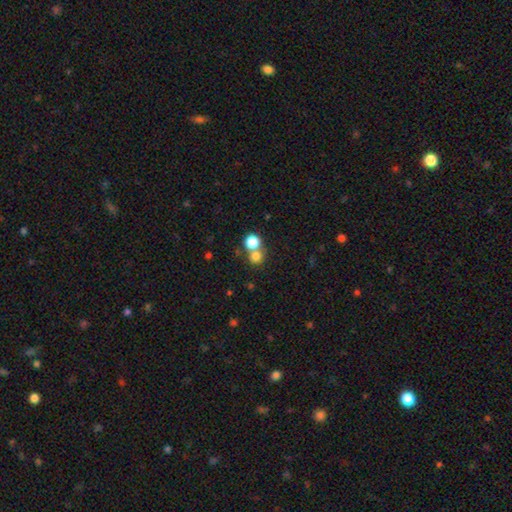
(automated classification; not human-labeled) A smooth galaxy with no disk features (76%) that is round (89%).

Vote fractions:
- Smooth or featured? smooth: 76% / star or artifact: 16% / featured or disk: 8%
- How rounded? round: 89% / in between: 10% / cigar-shaped: 1%
- Merging? none: 54% / merger: 38% / minor disturbance: 6% / major disturbance: 3%